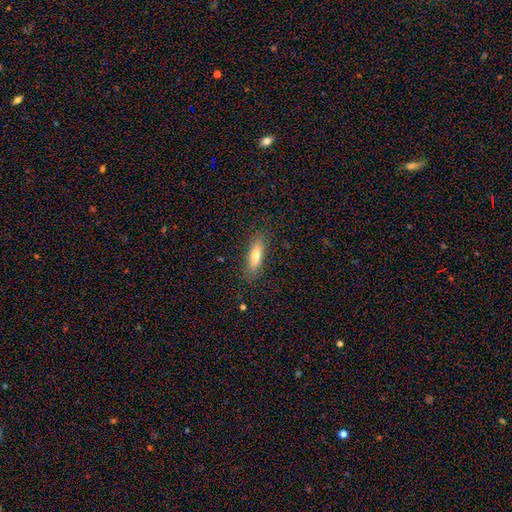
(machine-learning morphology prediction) Q: Smooth or featured?
A: smooth (71%); runner-up: featured or disk (22%)
Q: How rounded?
A: in between (54%); runner-up: cigar-shaped (44%)
Q: Merging?
A: none (84%); runner-up: minor disturbance (12%)